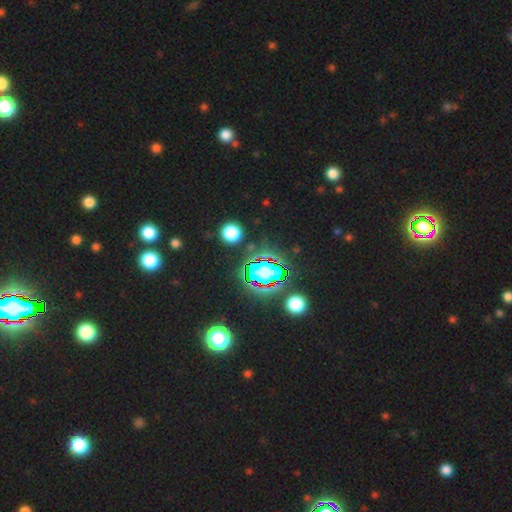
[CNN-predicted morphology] A star or artifact, not a galaxy (75%).

Vote fractions:
- Smooth or featured? star or artifact: 75% / smooth: 16% / featured or disk: 8%